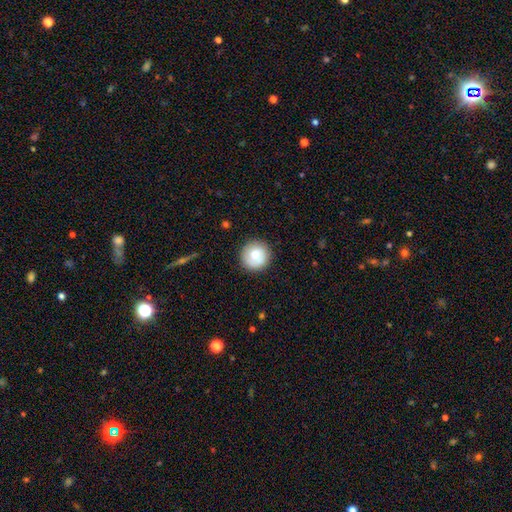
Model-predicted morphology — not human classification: Q: Smooth or featured?
A: smooth (76%); runner-up: featured or disk (17%)
Q: How rounded?
A: round (95%); runner-up: in between (4%)
Q: Merging?
A: none (88%); runner-up: minor disturbance (9%)